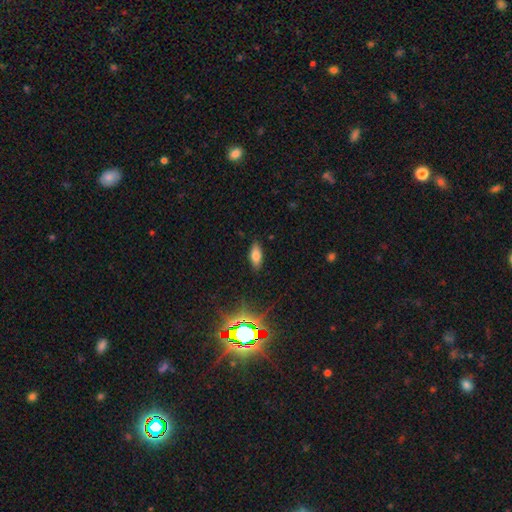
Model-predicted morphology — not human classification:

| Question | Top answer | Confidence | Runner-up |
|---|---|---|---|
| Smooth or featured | smooth | 73% | star or artifact (14%) |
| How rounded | in between | 83% | cigar-shaped (14%) |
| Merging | none | 87% | minor disturbance (10%) |